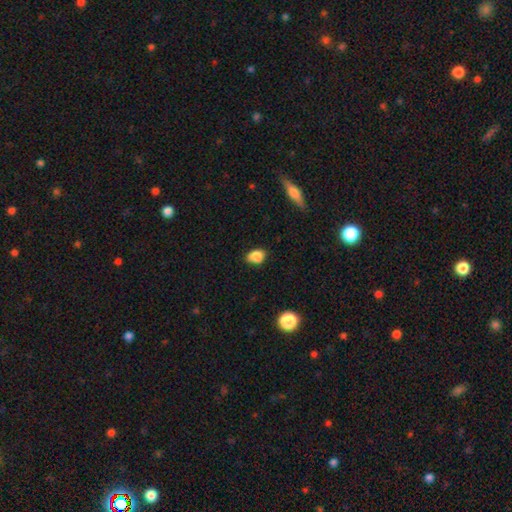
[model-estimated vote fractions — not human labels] Smooth or featured? Predicted: smooth (p=0.85). How rounded? Predicted: in between (p=0.76). Merging? Predicted: none (p=0.74).